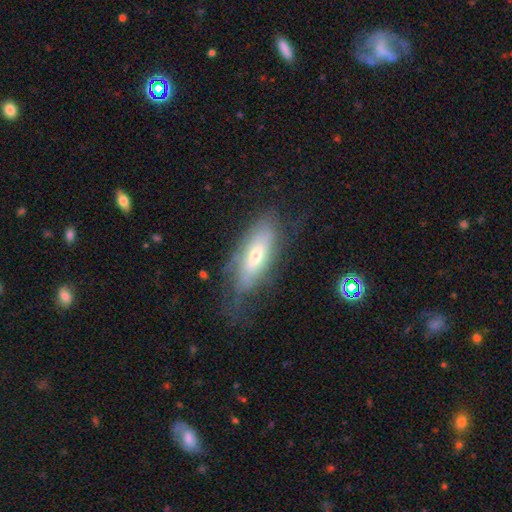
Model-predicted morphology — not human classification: This is possibly a featured or disk galaxy (54%). It is likely not viewed edge-on (72%). Merging: possibly none (59%).